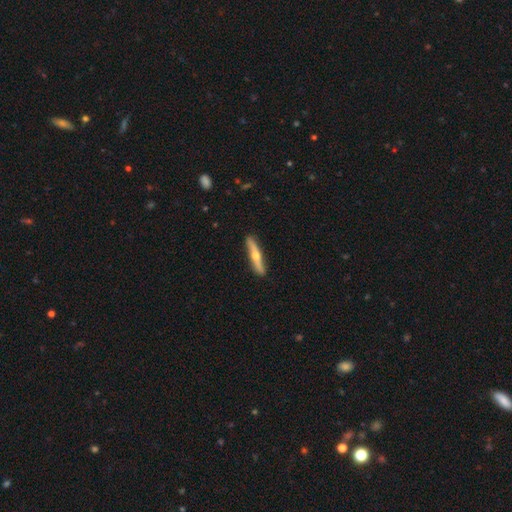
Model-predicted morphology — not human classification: Smooth or featured? featured or disk (63%)
Edge-on disk? yes (91%)
Edge-on bulge? rounded (91%)
Merging? none (89%)